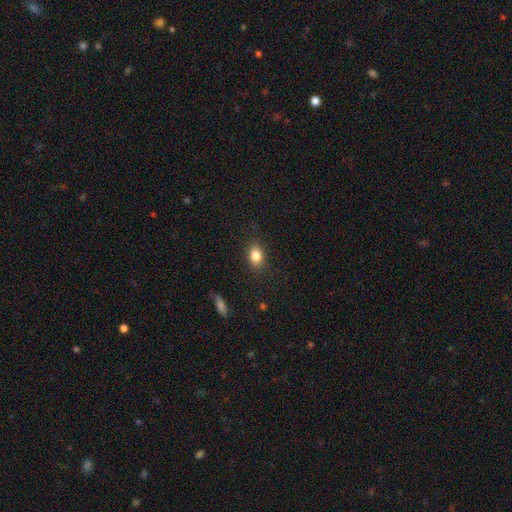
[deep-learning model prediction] Smooth or featured? Predicted: smooth (p=0.84). How rounded? Predicted: in between (p=0.74). Merging? Predicted: none (p=0.85).